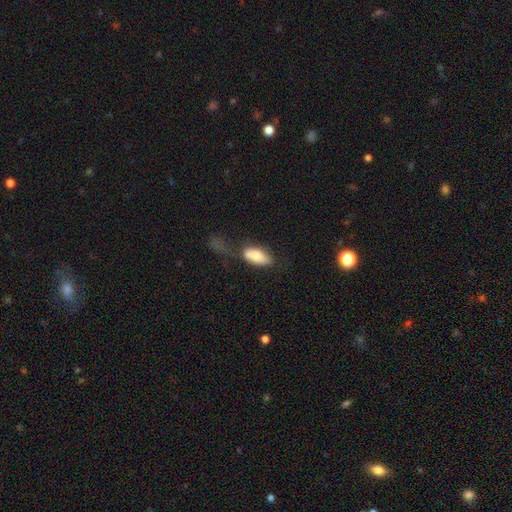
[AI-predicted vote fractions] Morphology: type=smooth (74%); roundness=in between (88%); merging=none (41%).